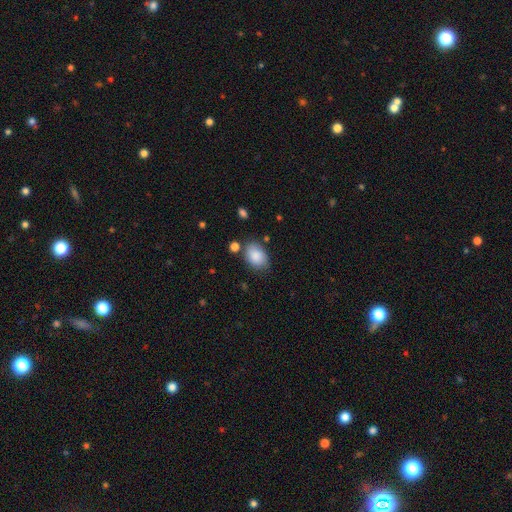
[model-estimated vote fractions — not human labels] A smooth galaxy with no disk features (87%) that is in between round and cigar-shaped (79%).

Vote fractions:
- Smooth or featured? smooth: 87% / star or artifact: 7% / featured or disk: 6%
- How rounded? in between: 79% / round: 20% / cigar-shaped: 1%
- Merging? none: 72% / minor disturbance: 18% / merger: 5% / major disturbance: 5%